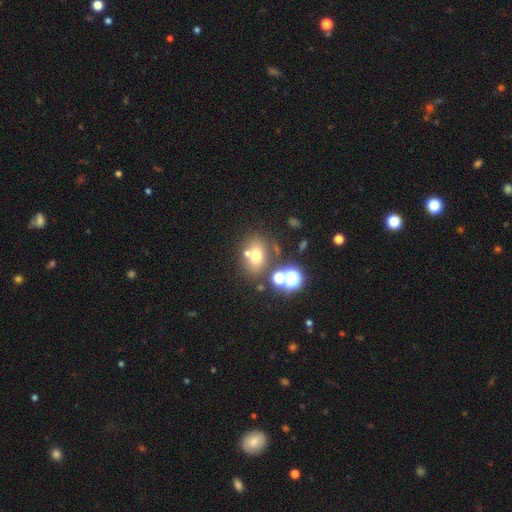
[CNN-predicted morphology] A smooth galaxy with no disk features (63%) that is in between round and cigar-shaped (53%). Merging: none (63%).